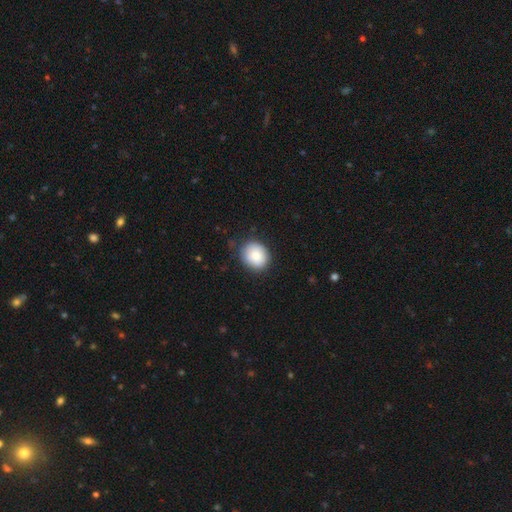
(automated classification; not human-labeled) This is clearly a smooth galaxy (83%). How rounded: likely round (77%). Merging: clearly none (82%).